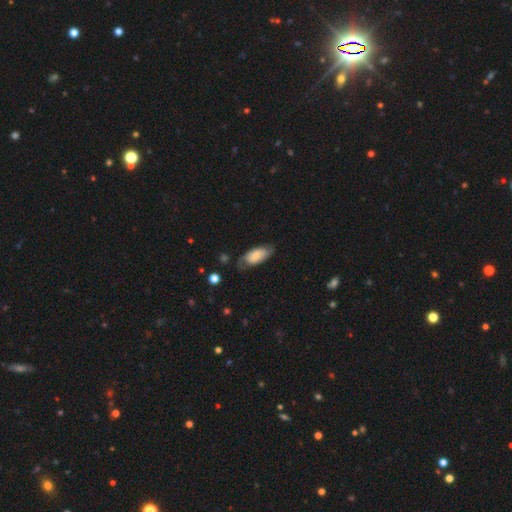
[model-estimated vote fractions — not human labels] A smooth galaxy with no disk features (68%) that is in between round and cigar-shaped (89%). Merging: none (60%).